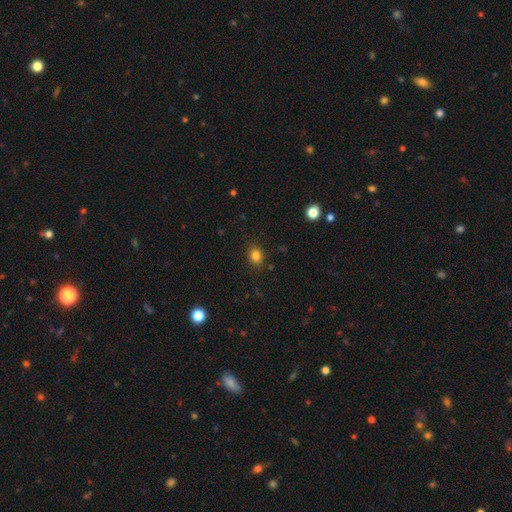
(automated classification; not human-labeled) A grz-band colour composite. It shows a smooth galaxy with no disk features (82%) that is round (55%). Merging: none (87%).